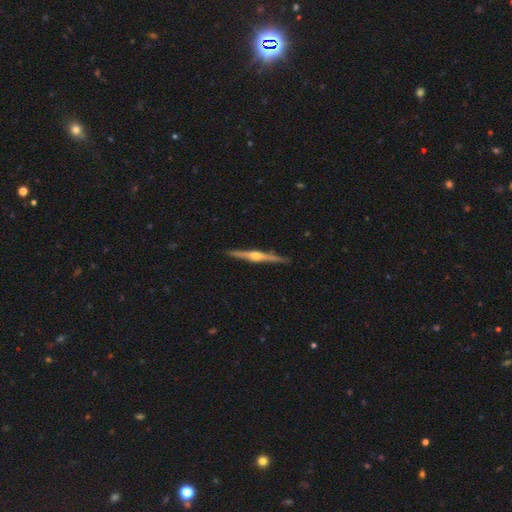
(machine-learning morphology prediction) featured or disk 86%, smooth 10%, star or artifact 5%. Down the decision tree: edge-on disk — yes (99%); edge-on bulge — rounded (93%); merging — none (92%).